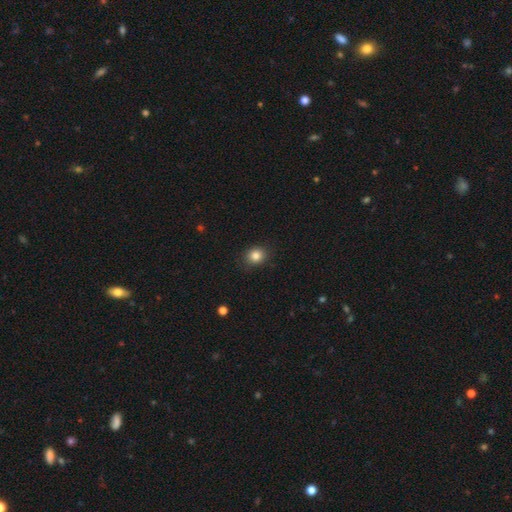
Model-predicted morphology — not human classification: This appears to be a smooth galaxy with no disk features (84%) that is round (73%). Merging: none (88%).